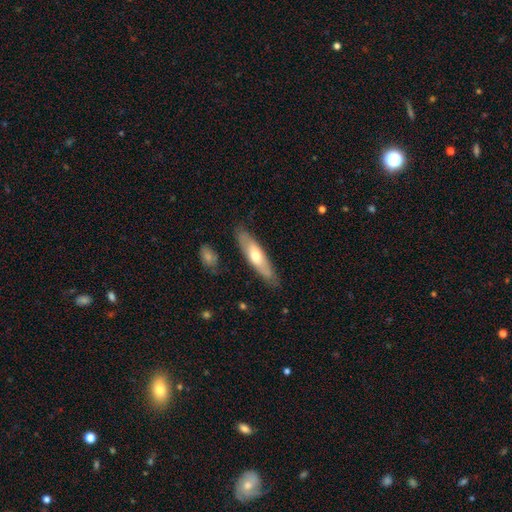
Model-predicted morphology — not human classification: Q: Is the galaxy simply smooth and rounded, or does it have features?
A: smooth — 55%.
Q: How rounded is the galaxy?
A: cigar-shaped — 67%.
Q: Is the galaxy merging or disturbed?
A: none — 82%.